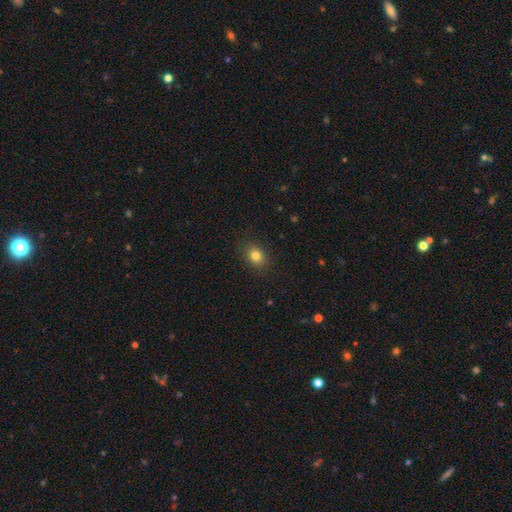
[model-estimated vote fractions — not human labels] smooth-or-featured: smooth: 81% | star or artifact: 11% | featured or disk: 7%
  how-rounded: in between: 52% | round: 47% | cigar-shaped: 1%
  merging: none: 88% | minor disturbance: 9% | major disturbance: 3% | merger: 1%